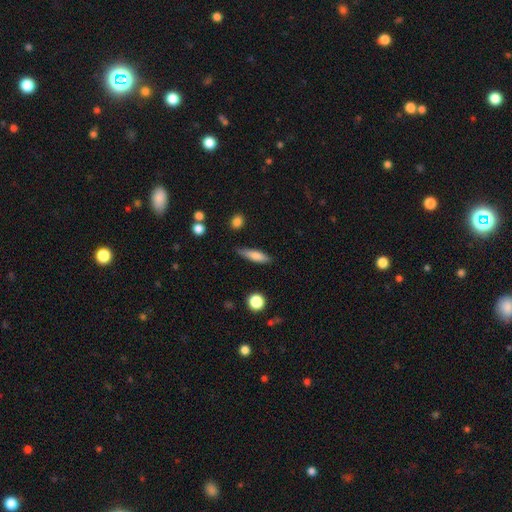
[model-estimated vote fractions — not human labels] Smooth or featured: smooth — 77% (featured or disk — 16%)
How rounded: cigar-shaped — 66% (in between — 31%)
Merging: none — 76% (minor disturbance — 18%)